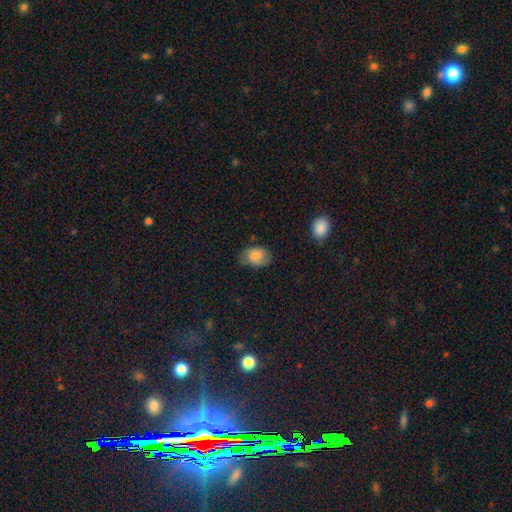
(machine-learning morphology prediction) smooth 79%, featured or disk 13%, star or artifact 8%. Down the decision tree: how rounded — in between (78%); merging — none (62%).